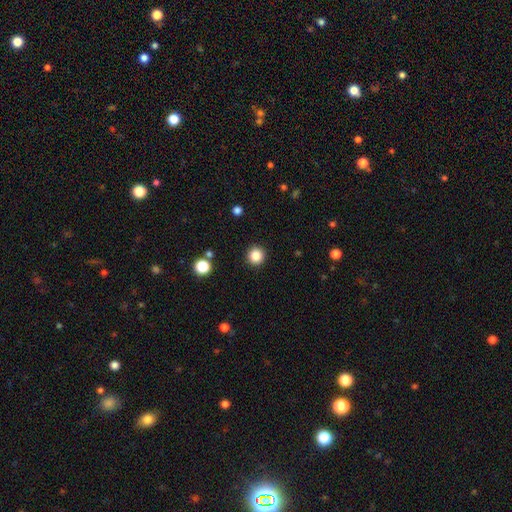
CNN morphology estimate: Smooth or featured? Predicted: smooth (p=0.85). How rounded? Predicted: round (p=0.94). Merging? Predicted: none (p=0.92).